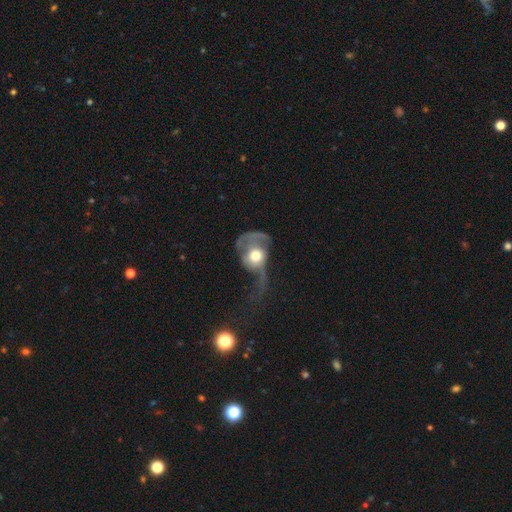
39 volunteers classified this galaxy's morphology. smooth 54%, featured or disk 46%, star or artifact 0%. Down the decision tree: how rounded — round (52%); merging — major disturbance (79%).